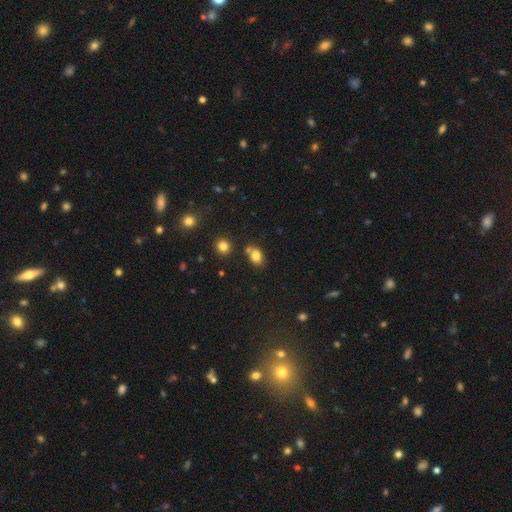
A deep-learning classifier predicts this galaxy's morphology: type=smooth (81%); roundness=in between (58%); merging=none (62%).